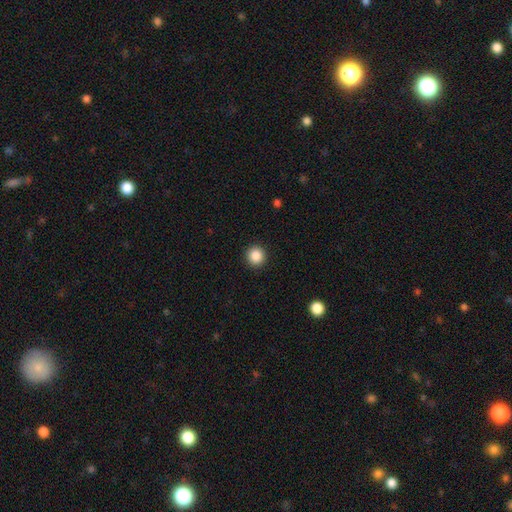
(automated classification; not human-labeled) Overall: smooth (87%). How rounded: round (95%). Merging: none (93%).